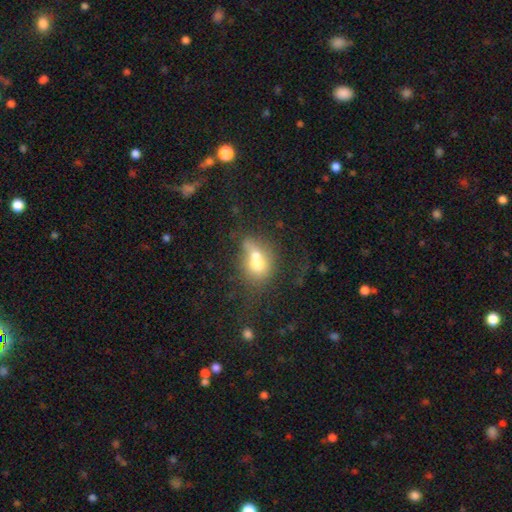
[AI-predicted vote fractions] Smooth or featured? smooth (62%)
How rounded? round (54%)
Merging? merger (64%)